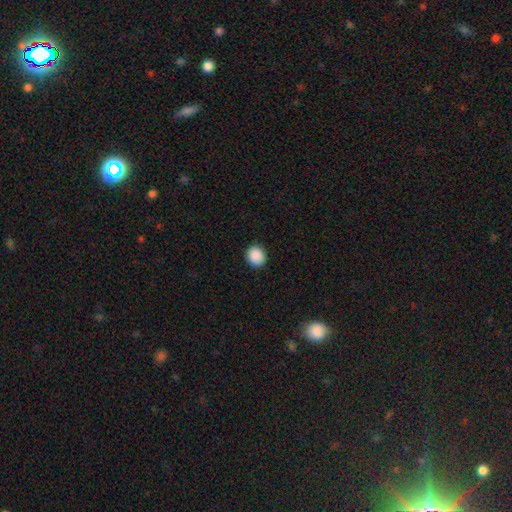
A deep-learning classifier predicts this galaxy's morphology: The model was most divided on "how rounded": round: 80%, in between: 19%, cigar-shaped: 1%. More confident: merging — none (91%); smooth or featured — smooth (90%).